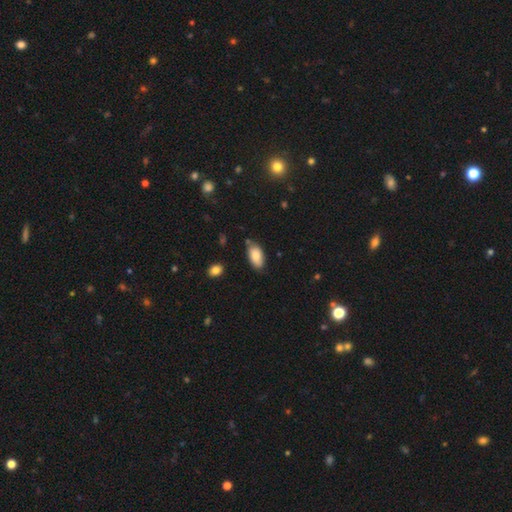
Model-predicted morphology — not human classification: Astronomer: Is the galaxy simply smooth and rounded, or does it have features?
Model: smooth — 84%.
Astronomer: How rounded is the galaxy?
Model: in between — 94%.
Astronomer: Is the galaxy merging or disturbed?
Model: none — 75%.